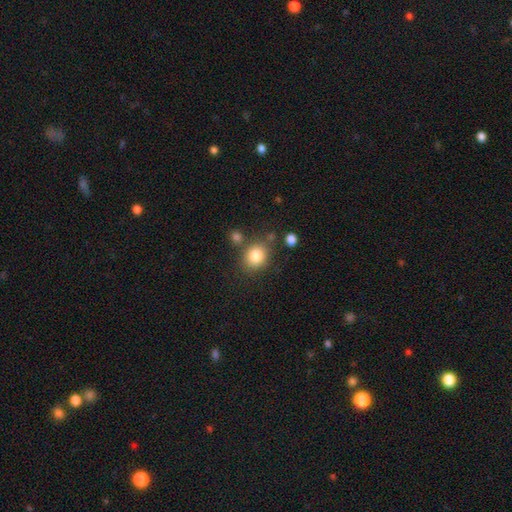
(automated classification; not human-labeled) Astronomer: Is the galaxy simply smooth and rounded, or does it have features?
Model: smooth — 83%.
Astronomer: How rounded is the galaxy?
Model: round — 68%.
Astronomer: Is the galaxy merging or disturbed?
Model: none — 74%.